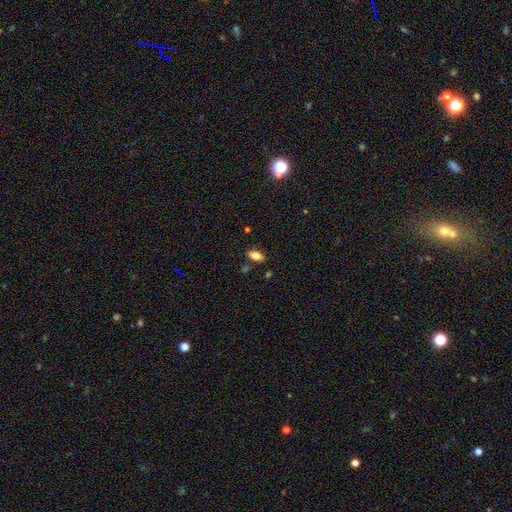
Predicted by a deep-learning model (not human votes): Morphology: type=smooth (78%); roundness=in between (89%); merging=none (81%).